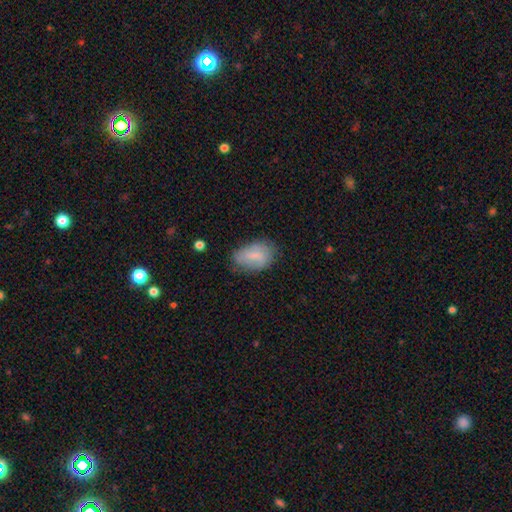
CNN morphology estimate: Q: Smooth or featured?
A: smooth (65%); runner-up: featured or disk (27%)
Q: How rounded?
A: in between (89%); runner-up: round (9%)
Q: Merging?
A: none (63%); runner-up: minor disturbance (27%)